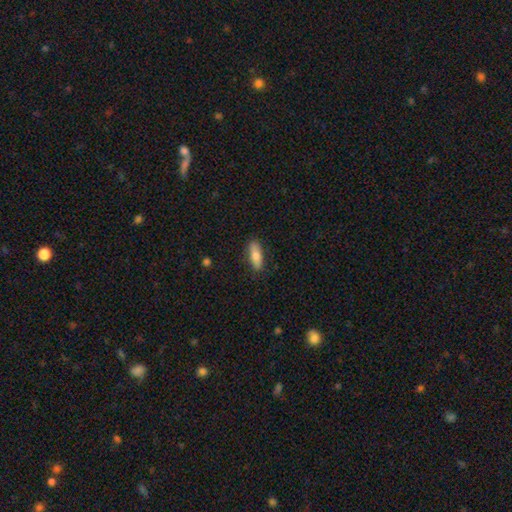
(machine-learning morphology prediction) smooth_or_featured: smooth (p=0.78) [alt: featured or disk p=0.16]
how_rounded: in between (p=0.61) [alt: cigar-shaped p=0.36]
merging: none (p=0.86) [alt: minor disturbance p=0.11]